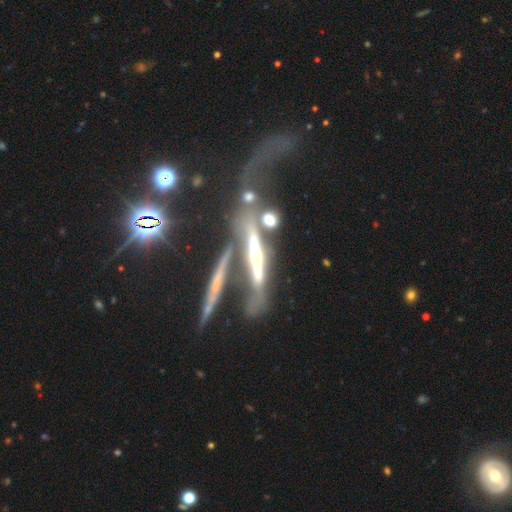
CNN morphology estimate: Smooth or featured? featured or disk (67%)
Edge-on disk? yes (76%)
Edge-on bulge? rounded (50%)
Merging? merger (32%)